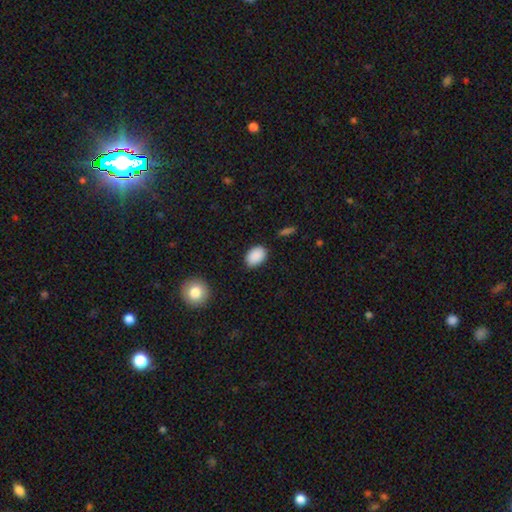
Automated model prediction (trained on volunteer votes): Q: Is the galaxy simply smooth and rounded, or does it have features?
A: smooth — 89%.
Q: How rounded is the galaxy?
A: in between — 82%.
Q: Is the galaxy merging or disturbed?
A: none — 81%.